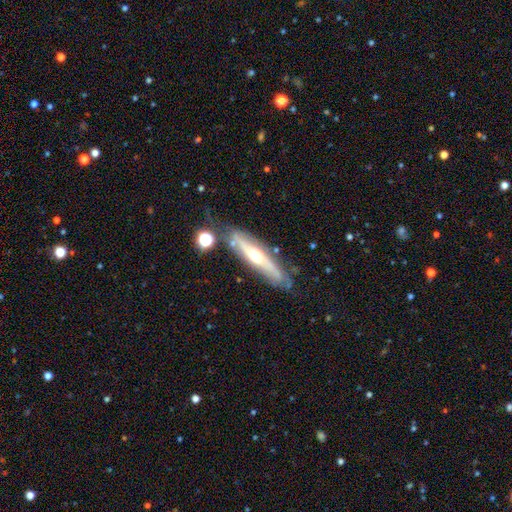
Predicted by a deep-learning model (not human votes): The model was most divided on "smooth or featured": featured or disk: 65%, smooth: 28%, star or artifact: 7%. More confident: edge-on disk — yes (70%); merging — none (68%).